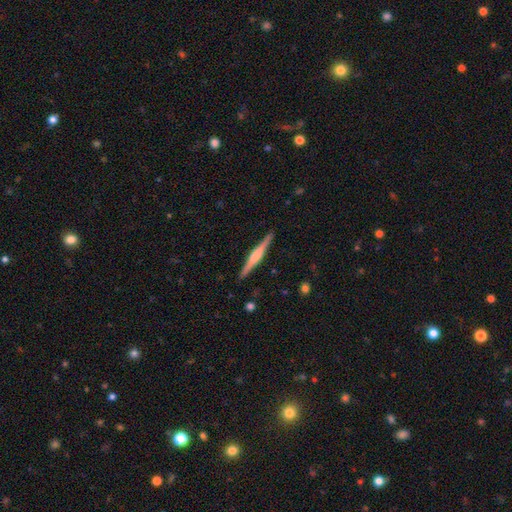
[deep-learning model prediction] Smooth or featured?
  - featured or disk: 74% *
  - smooth: 21%
  - star or artifact: 5%
Edge-on disk?
  - yes: 98% *
  - no: 2%
Edge-on bulge?
  - rounded: 63% *
  - boxy: 28%
  - none: 9%
Merging?
  - none: 91% *
  - minor disturbance: 7%
  - major disturbance: 1%
  - merger: 1%